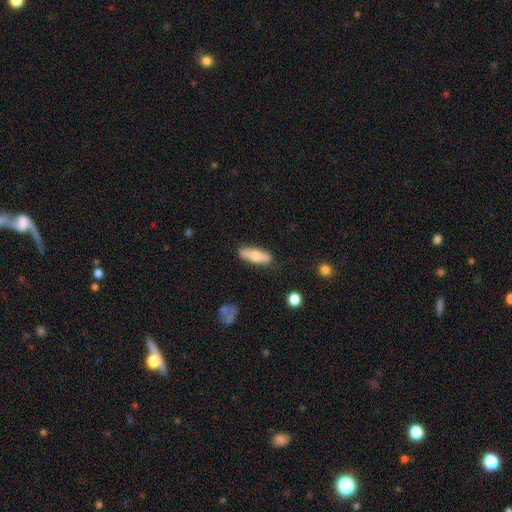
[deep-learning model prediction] smooth 63%, featured or disk 32%, star or artifact 6%. Down the decision tree: how rounded — cigar-shaped (51%); merging — none (83%).